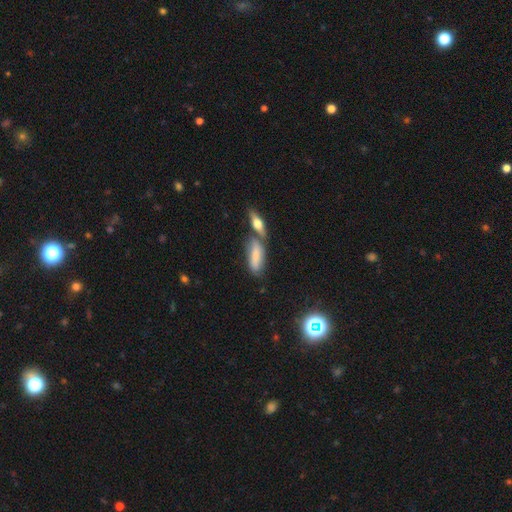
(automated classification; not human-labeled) smooth 74%, featured or disk 19%, star or artifact 7%. Down the decision tree: how rounded — in between (60%); merging — none (46%).